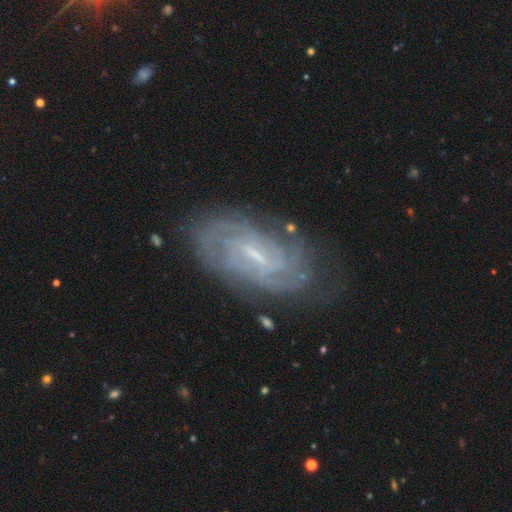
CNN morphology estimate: A featured or disk galaxy (86%) with a weak bar (55%), tight (70%) spiral arms (97%) and a small central bulge (67%). Merging: none (77%).